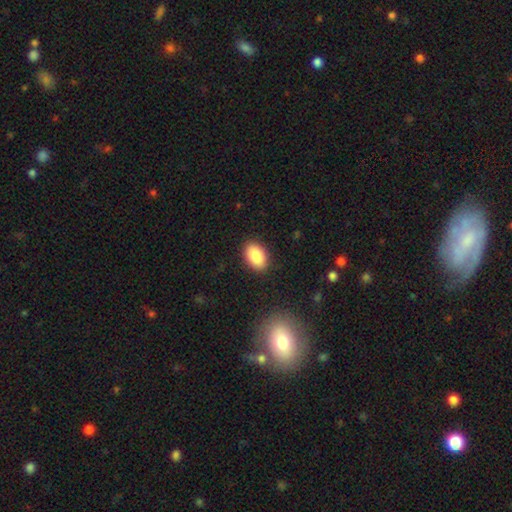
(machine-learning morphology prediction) smooth-or-featured: smooth: 87% | star or artifact: 7% | featured or disk: 6%
  how-rounded: in between: 90% | round: 8% | cigar-shaped: 1%
  merging: none: 88% | minor disturbance: 8% | major disturbance: 2% | merger: 1%